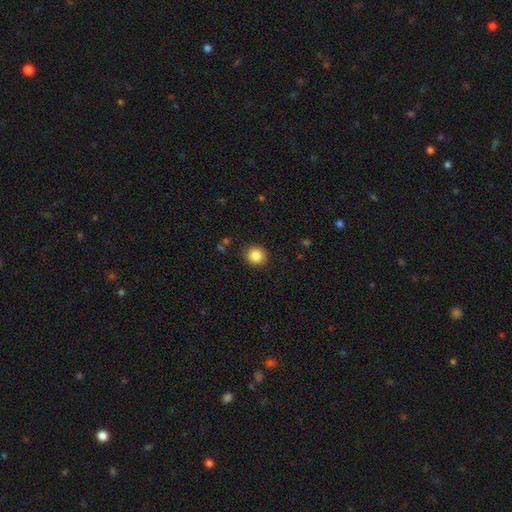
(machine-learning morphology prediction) type=smooth (86%); roundness=round (87%); merging=none (89%).